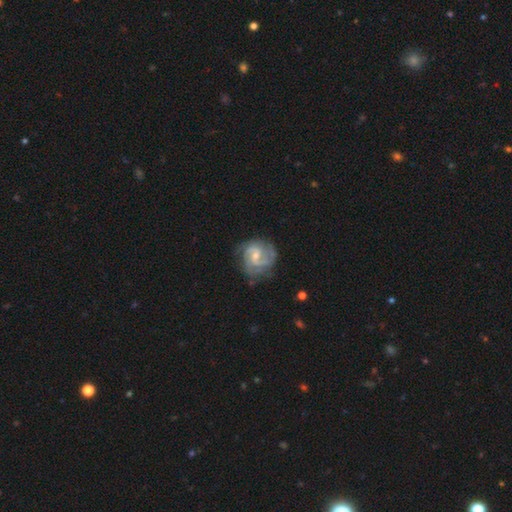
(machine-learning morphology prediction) A featured or disk galaxy (87%) with a weak bar (51%), 2 (49%) tight (48%) spiral arms (97%) and a small central bulge (59%). Merging: none (70%).